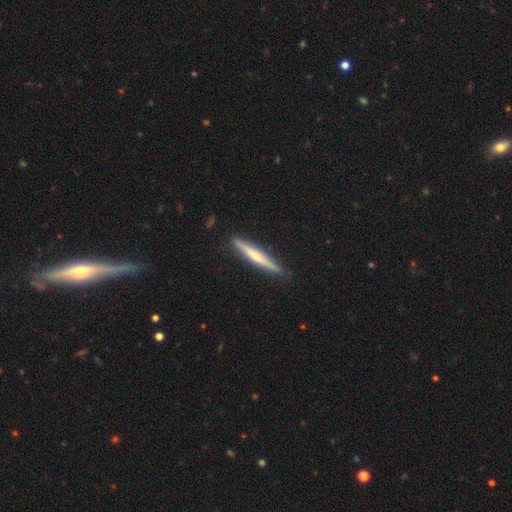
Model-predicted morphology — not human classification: smooth-or-featured: featured or disk: 50% | smooth: 44% | star or artifact: 5%
  disk-edge-on: yes: 97% | no: 3%
  merging: none: 90% | minor disturbance: 7% | major disturbance: 1% | merger: 1%